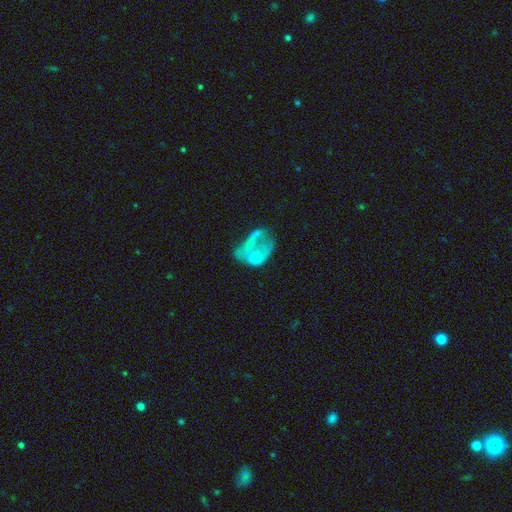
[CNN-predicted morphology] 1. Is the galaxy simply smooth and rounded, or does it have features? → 47% featured or disk, 43% smooth, 10% star or artifact.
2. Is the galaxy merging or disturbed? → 39% major disturbance, 33% merger, 16% none, 12% minor disturbance.